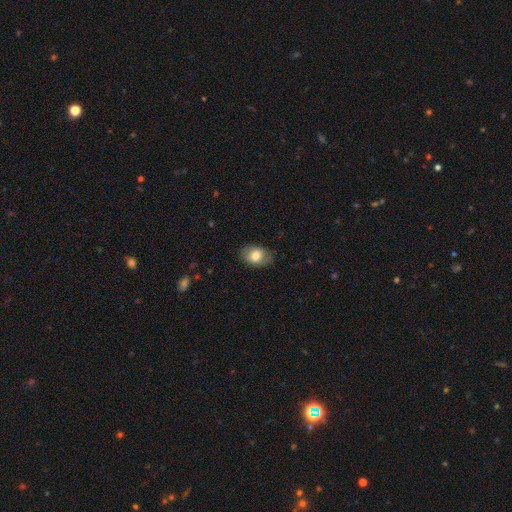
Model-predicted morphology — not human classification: smooth_or_featured: smooth (p=0.77) [alt: featured or disk p=0.16]
how_rounded: in between (p=0.79) [alt: round p=0.20]
merging: none (p=0.82) [alt: minor disturbance p=0.14]